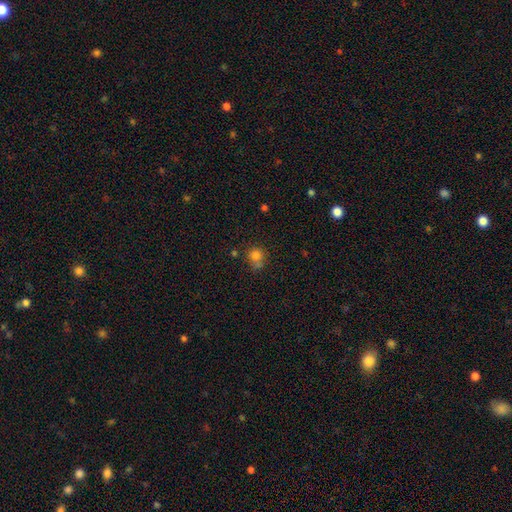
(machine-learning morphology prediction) smooth 78%, star or artifact 14%, featured or disk 8%. Down the decision tree: how rounded — round (80%); merging — none (51%).